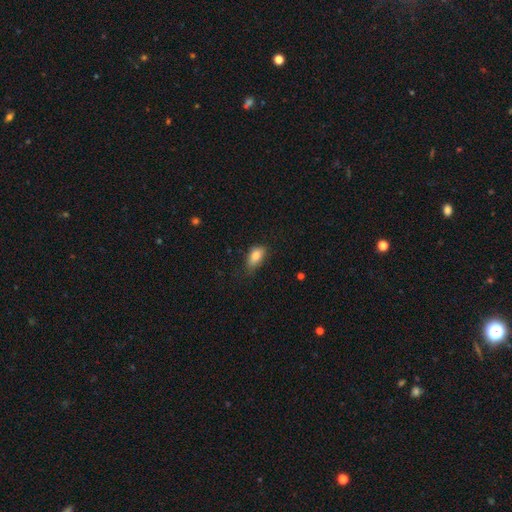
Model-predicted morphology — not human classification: Smooth or featured? Predicted: smooth (p=0.82). How rounded? Predicted: in between (p=0.87). Merging? Predicted: none (p=0.59).